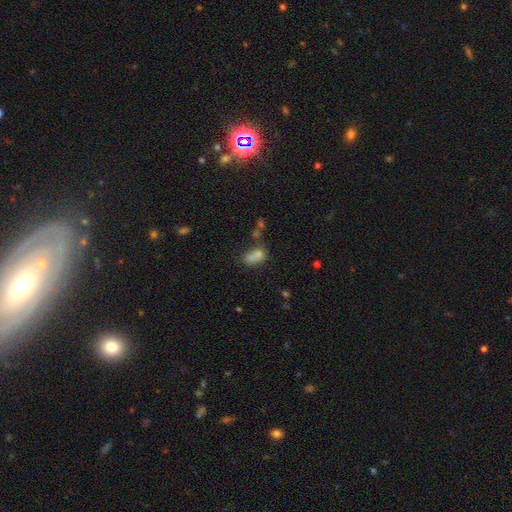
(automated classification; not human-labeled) Smooth or featured? smooth (74%)
How rounded? in between (81%)
Merging? merger (37%)